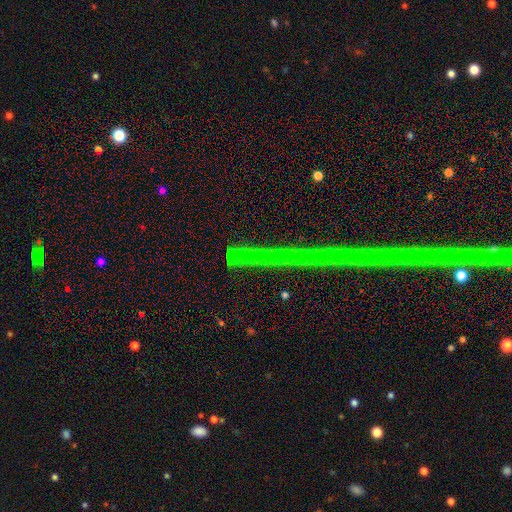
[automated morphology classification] Smooth or featured? Predicted: star or artifact (p=0.83).